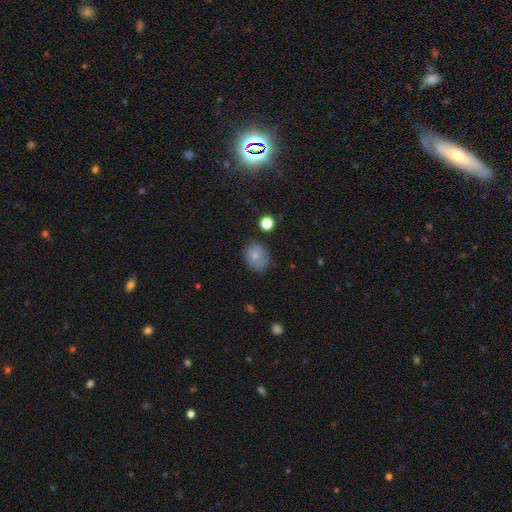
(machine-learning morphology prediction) smooth 70%, featured or disk 21%, star or artifact 10%. Down the decision tree: how rounded — round (59%); merging — none (65%).